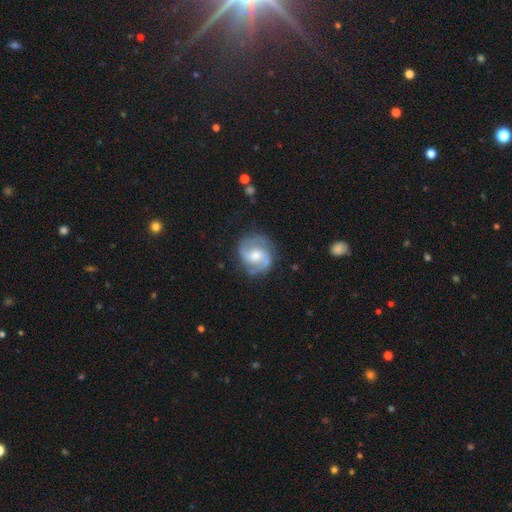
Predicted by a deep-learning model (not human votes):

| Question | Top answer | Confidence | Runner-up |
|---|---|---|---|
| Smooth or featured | featured or disk | 83% | smooth (12%) |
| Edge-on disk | no | 98% | yes (2%) |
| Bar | no | 48% | weak (42%) |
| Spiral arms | yes | 96% | no (4%) |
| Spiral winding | medium | 53% | tight (29%) |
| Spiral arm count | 2 | 86% | can't tell (5%) |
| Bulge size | moderate | 61% | small (27%) |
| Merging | none | 76% | minor disturbance (16%) |